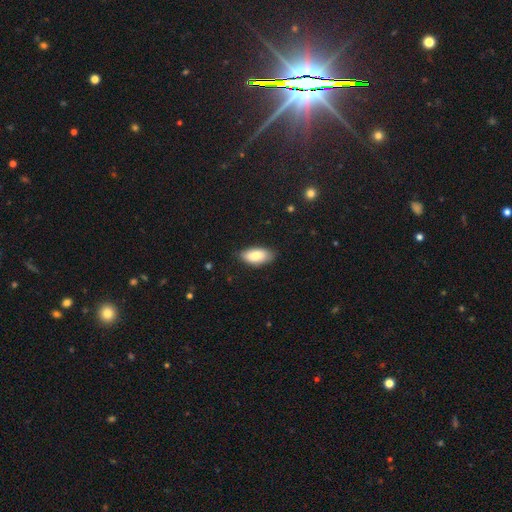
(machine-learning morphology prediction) The model was most divided on "merging": none: 79%, minor disturbance: 17%, major disturbance: 3%, merger: 1%. More confident: how rounded — in between (92%); smooth or featured — smooth (83%).